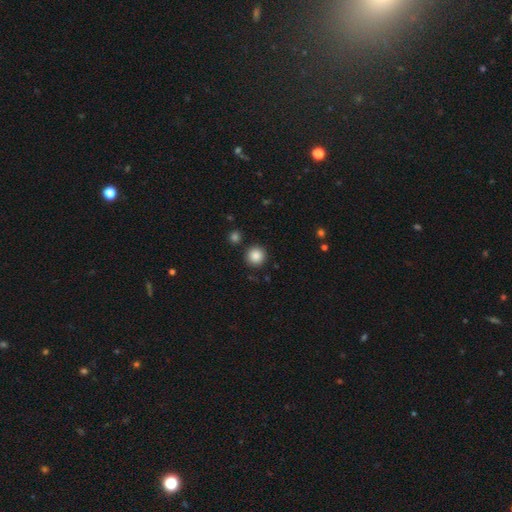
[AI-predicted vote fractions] This appears to be a smooth galaxy with no disk features (87%) that is round (94%). Merging: none (89%).